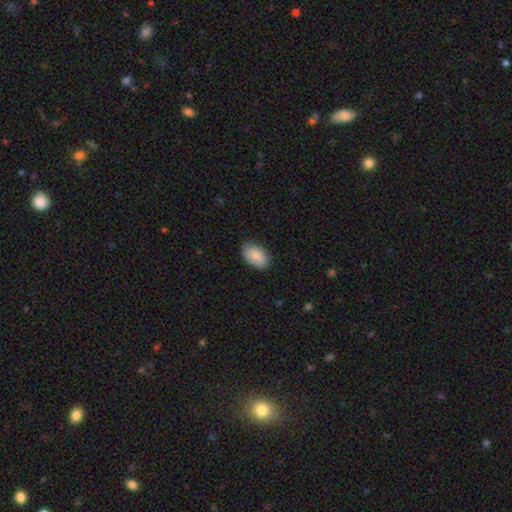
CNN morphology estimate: The model was most divided on "merging": none: 85%, minor disturbance: 12%, major disturbance: 2%, merger: 1%. More confident: how rounded — in between (94%); smooth or featured — smooth (88%).